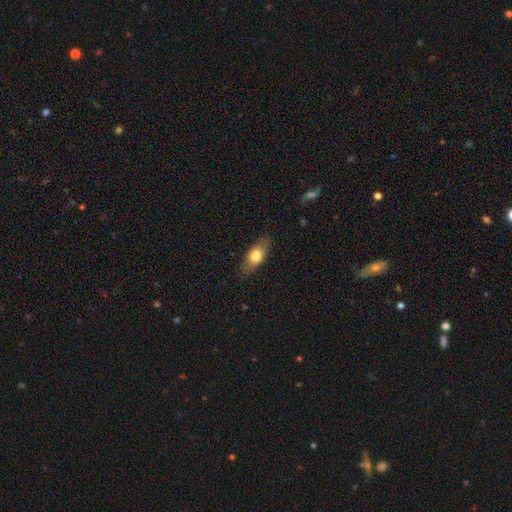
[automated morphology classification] Q: Smooth or featured?
A: smooth (70%); runner-up: featured or disk (23%)
Q: How rounded?
A: in between (78%); runner-up: cigar-shaped (15%)
Q: Merging?
A: none (82%); runner-up: minor disturbance (13%)